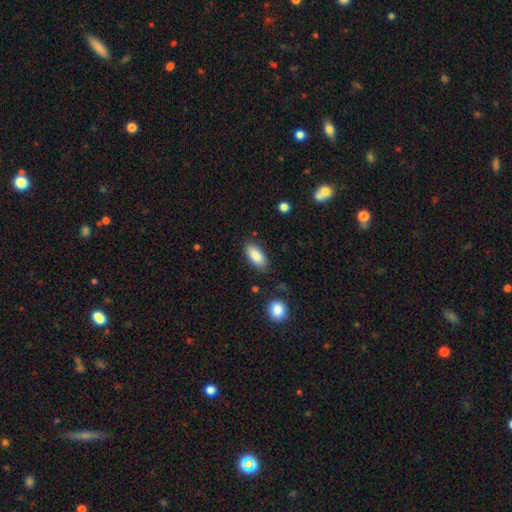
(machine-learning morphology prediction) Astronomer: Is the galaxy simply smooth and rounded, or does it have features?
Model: smooth — 88%.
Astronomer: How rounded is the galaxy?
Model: in between — 87%.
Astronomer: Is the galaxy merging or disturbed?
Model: none — 82%.